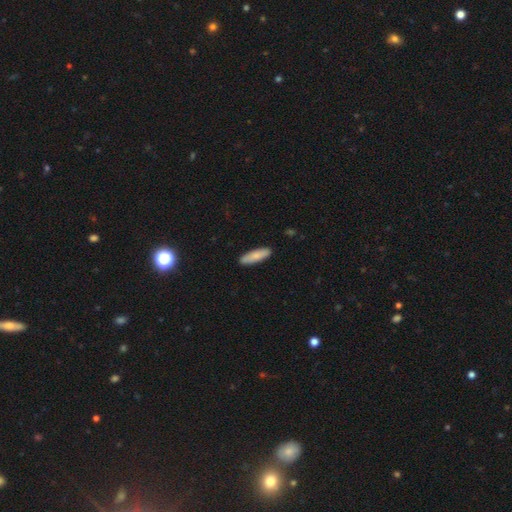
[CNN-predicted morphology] Smooth or featured? Predicted: smooth (p=0.83). How rounded? Predicted: cigar-shaped (p=0.60). Merging? Predicted: none (p=0.90).